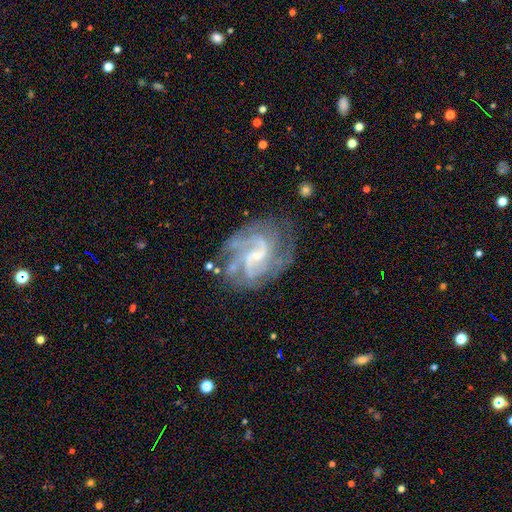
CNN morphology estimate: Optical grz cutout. It shows a featured or disk galaxy (87%) with a weak bar (54%), 2 (39%) medium (49%) spiral arms (96%) and a small central bulge (61%). Merging: none (66%).